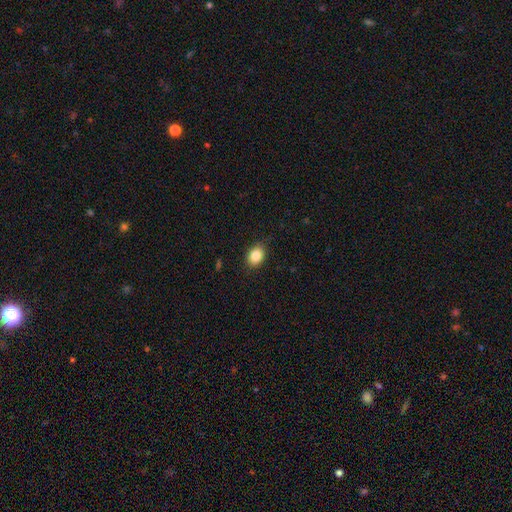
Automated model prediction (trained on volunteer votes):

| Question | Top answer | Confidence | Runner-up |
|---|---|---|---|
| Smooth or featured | smooth | 86% | star or artifact (9%) |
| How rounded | in between | 71% | round (28%) |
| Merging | none | 86% | minor disturbance (11%) |